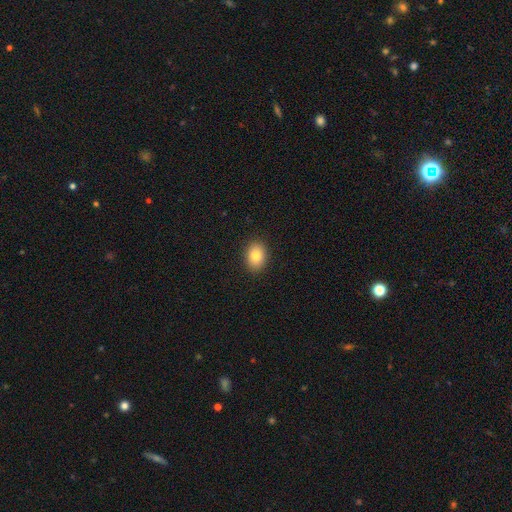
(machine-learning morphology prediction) A smooth galaxy with no disk features (82%) that is in between round and cigar-shaped (71%). Merging: none (90%).